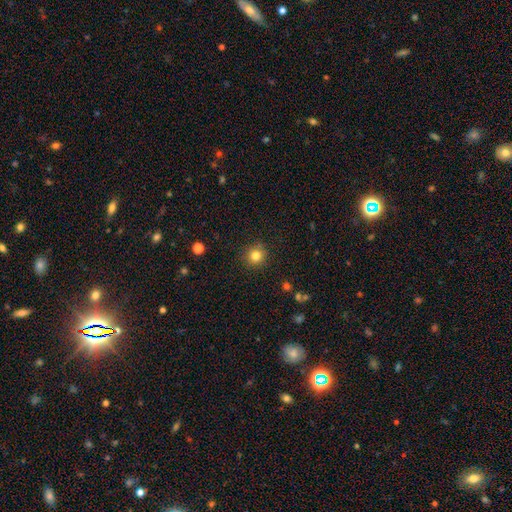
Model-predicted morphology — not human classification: smooth_or_featured: smooth (p=0.82) [alt: star or artifact p=0.12]
how_rounded: round (p=0.92) [alt: in between p=0.07]
merging: none (p=0.90) [alt: minor disturbance p=0.07]